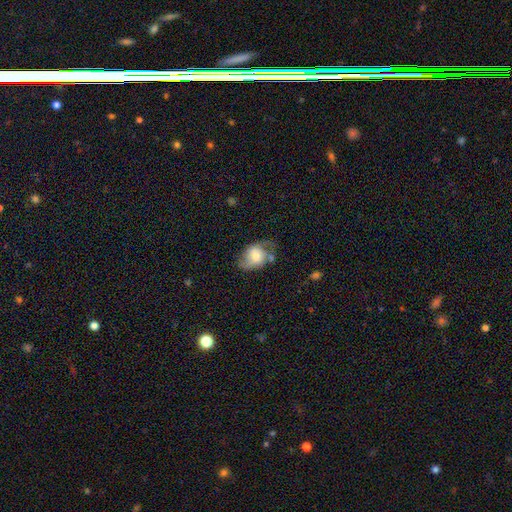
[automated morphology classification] This appears to be a featured or disk galaxy (46%, tied with smooth). Merging: none (45%).